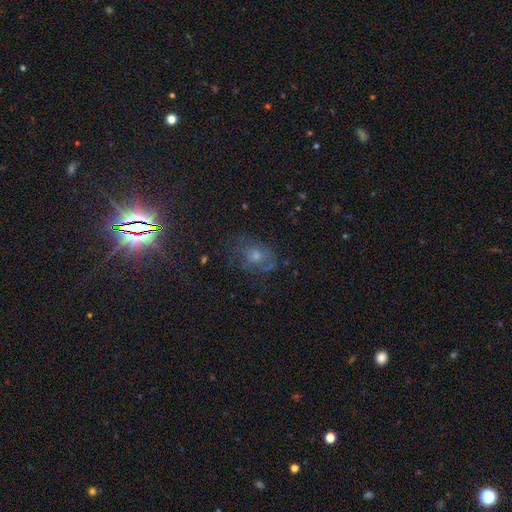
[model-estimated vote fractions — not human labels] Morphology: type=featured or disk (46%); merging=none (60%).